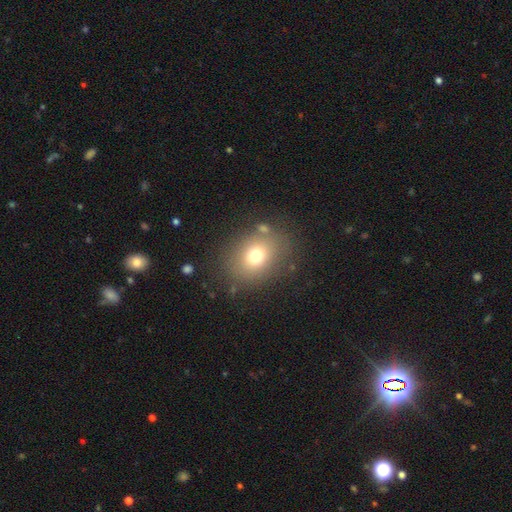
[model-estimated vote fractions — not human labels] Morphology: type=smooth (72%); roundness=round (50%); merging=none (78%).